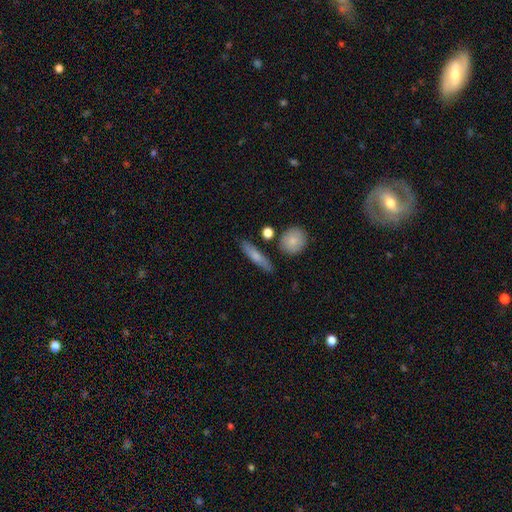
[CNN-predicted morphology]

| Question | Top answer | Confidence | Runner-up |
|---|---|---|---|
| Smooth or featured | smooth | 71% | featured or disk (23%) |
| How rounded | cigar-shaped | 71% | in between (24%) |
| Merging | none | 79% | minor disturbance (12%) |